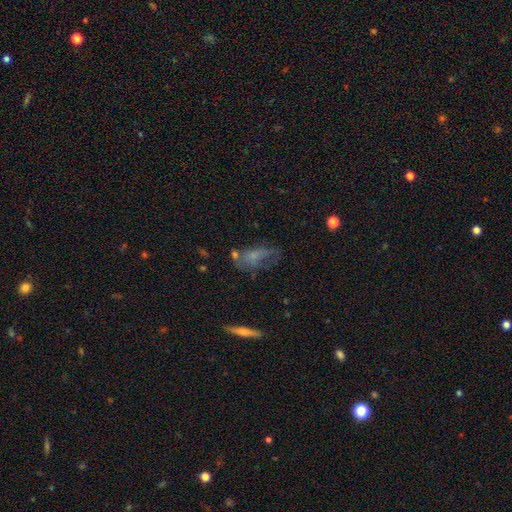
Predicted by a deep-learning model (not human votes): Smooth or featured? Predicted: smooth (p=0.51). How rounded? Predicted: in between (p=0.79). Merging? Predicted: none (p=0.37).